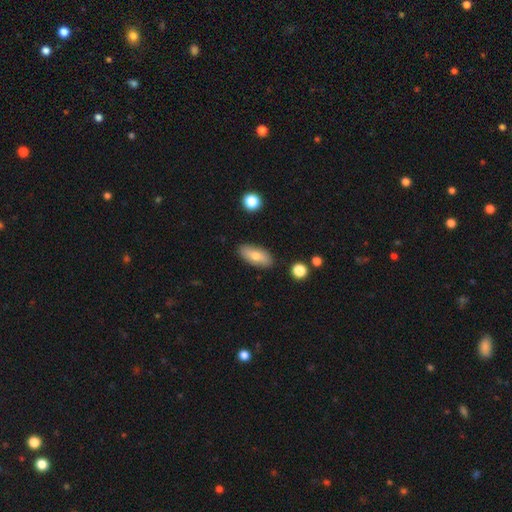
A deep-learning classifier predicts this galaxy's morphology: A smooth galaxy with no disk features (72%) that is in between round and cigar-shaped (85%). Merging: none (86%).